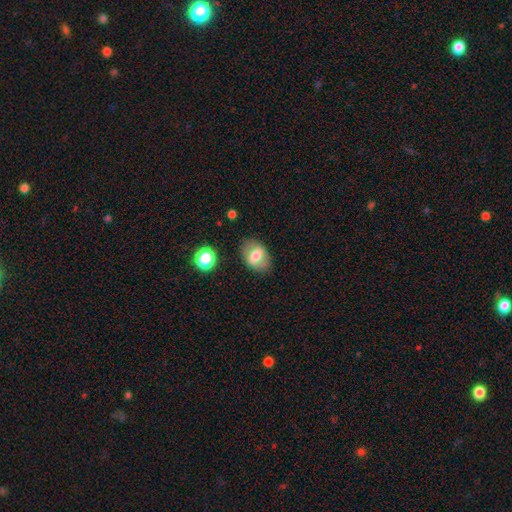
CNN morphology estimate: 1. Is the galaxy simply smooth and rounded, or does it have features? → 60% smooth, 31% featured or disk, 9% star or artifact.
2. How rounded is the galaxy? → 81% in between, 18% round, 2% cigar-shaped.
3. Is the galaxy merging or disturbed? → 78% none, 14% minor disturbance, 5% major disturbance, 2% merger.